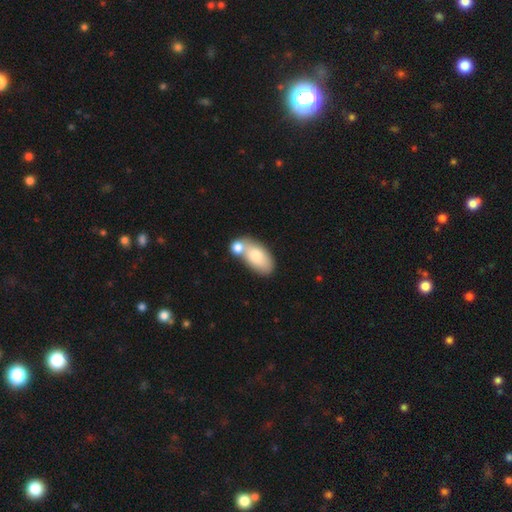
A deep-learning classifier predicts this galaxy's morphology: smooth-or-featured: smooth: 75% | featured or disk: 19% | star or artifact: 6%
  how-rounded: in between: 92% | round: 5% | cigar-shaped: 3%
  merging: merger: 46% | none: 37% | minor disturbance: 13% | major disturbance: 5%